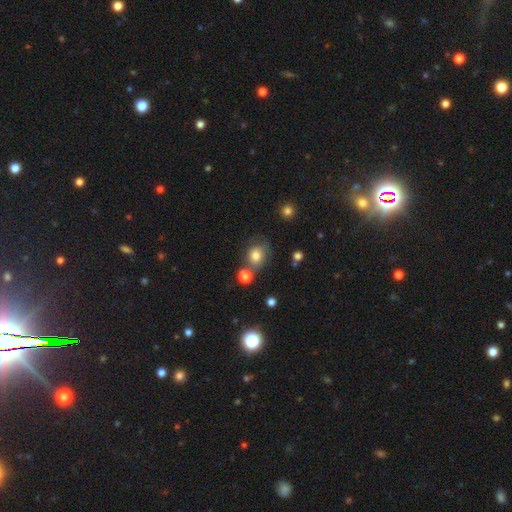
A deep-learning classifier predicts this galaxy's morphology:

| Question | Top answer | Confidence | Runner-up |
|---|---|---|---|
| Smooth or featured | smooth | 78% | star or artifact (12%) |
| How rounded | round | 62% | in between (37%) |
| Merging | none | 55% | merger (20%) |